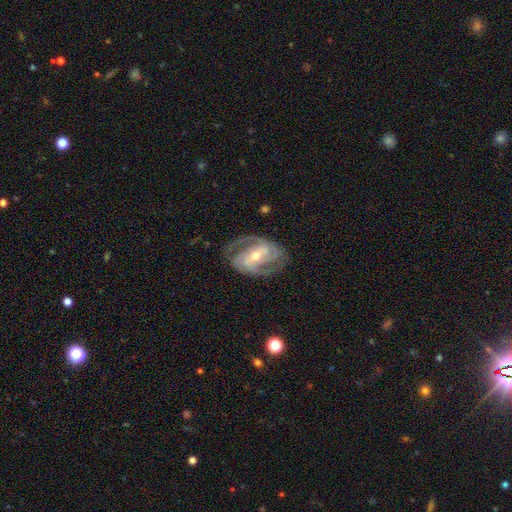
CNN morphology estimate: type=featured or disk (91%); edge-on=no (97%); bar=weak (37%); spiral arms=yes (97%); winding=tight (46%); arm count=2 (63%); bulge=moderate (54%); merging=none (77%).